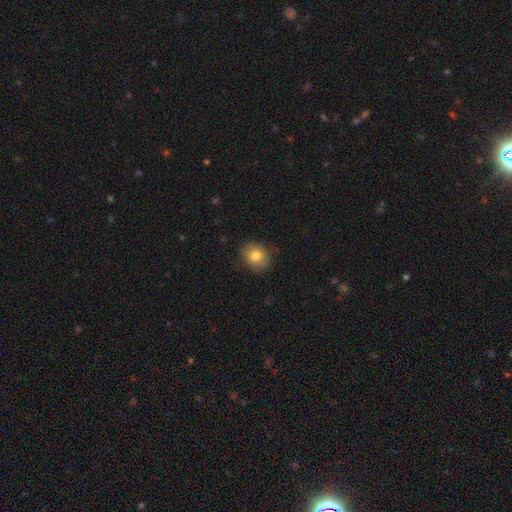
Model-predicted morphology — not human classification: Smooth or featured? Predicted: smooth (p=0.80). How rounded? Predicted: round (p=0.67). Merging? Predicted: none (p=0.83).